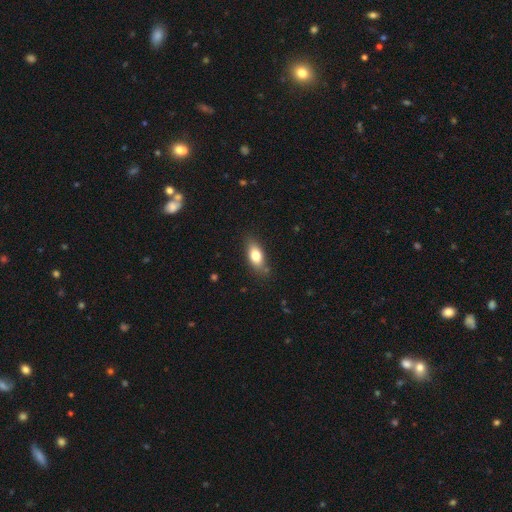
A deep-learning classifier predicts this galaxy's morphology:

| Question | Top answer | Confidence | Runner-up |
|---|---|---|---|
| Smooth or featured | smooth | 78% | featured or disk (15%) |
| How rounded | in between | 84% | cigar-shaped (11%) |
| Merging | none | 81% | minor disturbance (15%) |